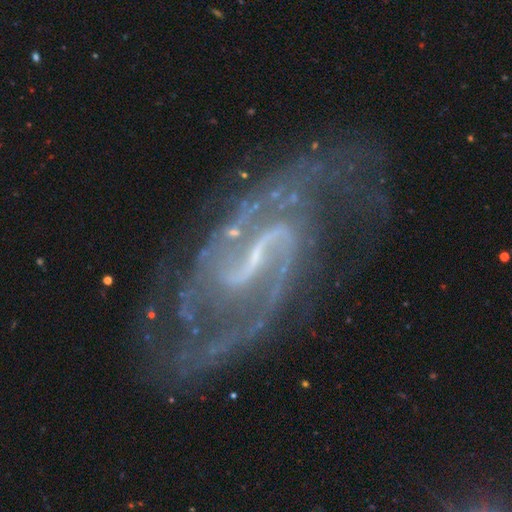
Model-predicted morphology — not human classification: Smooth or featured? featured or disk (92%)
Edge-on disk? no (97%)
Bar? strong (45%)
Spiral arms? yes (98%)
Spiral winding? medium (57%)
Spiral arm count? 2 (86%)
Bulge size? small (55%)
Merging? none (72%)